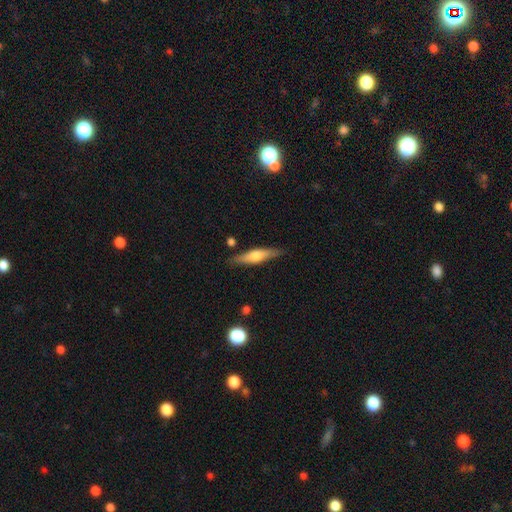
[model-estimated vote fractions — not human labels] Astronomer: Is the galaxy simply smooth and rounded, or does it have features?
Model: featured or disk — 52% (runner-up: smooth, 43%).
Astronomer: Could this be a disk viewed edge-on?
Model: yes — 93%.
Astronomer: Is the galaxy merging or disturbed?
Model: none — 84%.